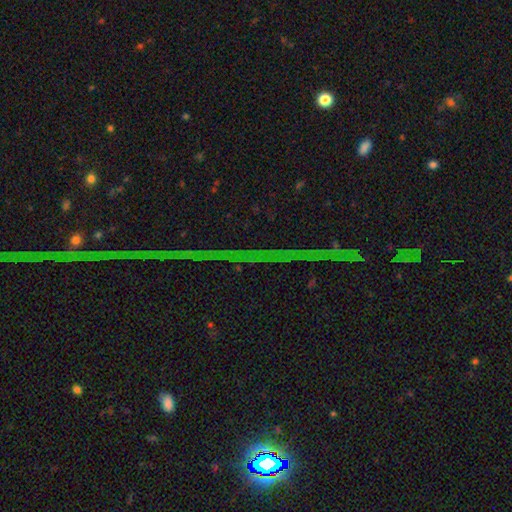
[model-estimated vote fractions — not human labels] The model was most divided on "smooth or featured": star or artifact: 84%, featured or disk: 9%, smooth: 7%.